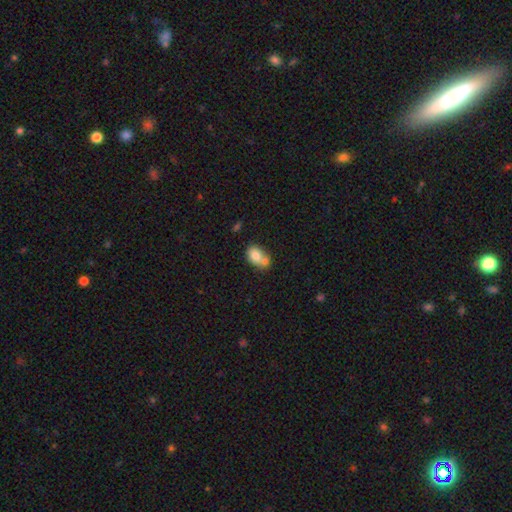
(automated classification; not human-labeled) smooth 76%, featured or disk 16%, star or artifact 8%. Down the decision tree: how rounded — in between (70%); merging — merger (52%).